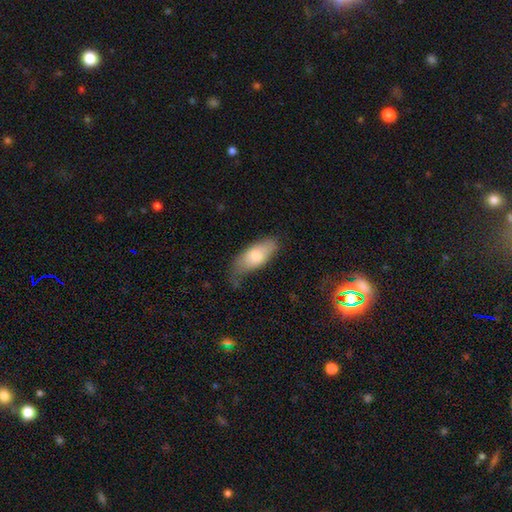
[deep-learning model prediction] Overall: smooth (74%). How rounded: in between (83%). Merging: none (43%; minor disturbance 37%).